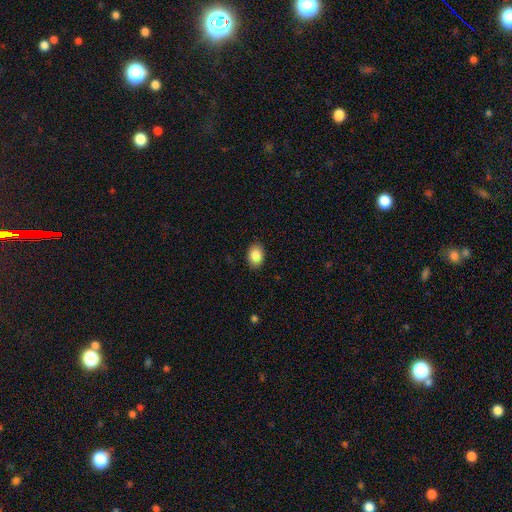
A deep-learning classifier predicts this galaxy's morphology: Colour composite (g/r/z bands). It shows a smooth galaxy with no disk features (87%) that is in between round and cigar-shaped (75%). Merging: none (89%).